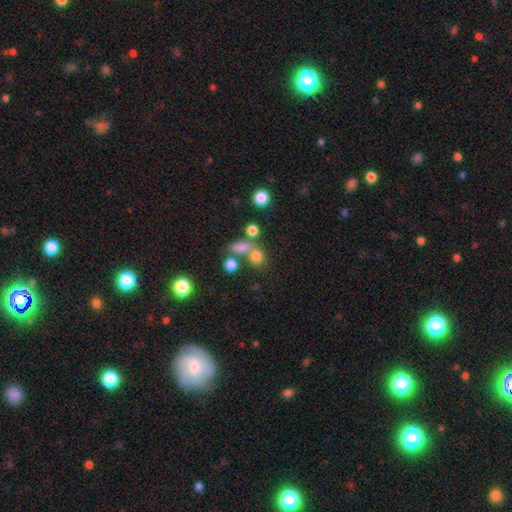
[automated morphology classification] smooth-or-featured: smooth: 74% | star or artifact: 16% | featured or disk: 10%
  how-rounded: round: 66% | in between: 32% | cigar-shaped: 2%
  merging: none: 51% | merger: 32% | minor disturbance: 10% | major disturbance: 7%